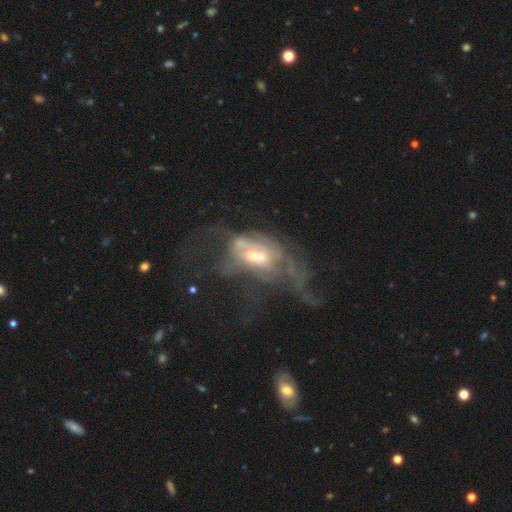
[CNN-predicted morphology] This is likely a featured or disk galaxy (66%). It is clearly not viewed edge-on (91%). Bar: possibly no (53%). Spiral arm pattern: possibly no (59%). Central bulge: possibly moderate (55%). Merging: likely major disturbance (60%).